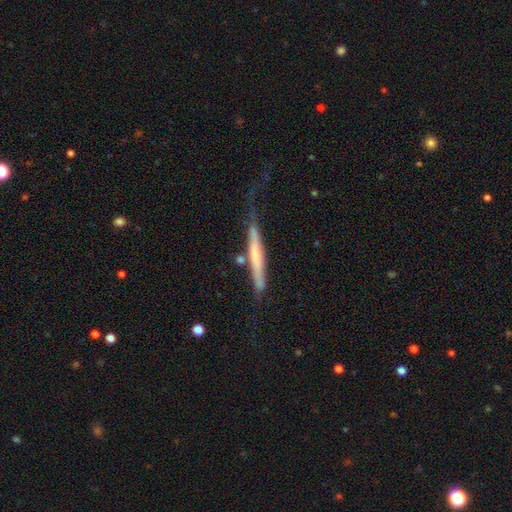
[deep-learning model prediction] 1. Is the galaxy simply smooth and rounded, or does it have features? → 54% featured or disk, 40% smooth, 6% star or artifact.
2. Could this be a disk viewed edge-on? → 90% yes, 10% no.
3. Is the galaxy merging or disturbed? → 49% none, 27% minor disturbance, 15% major disturbance, 9% merger.